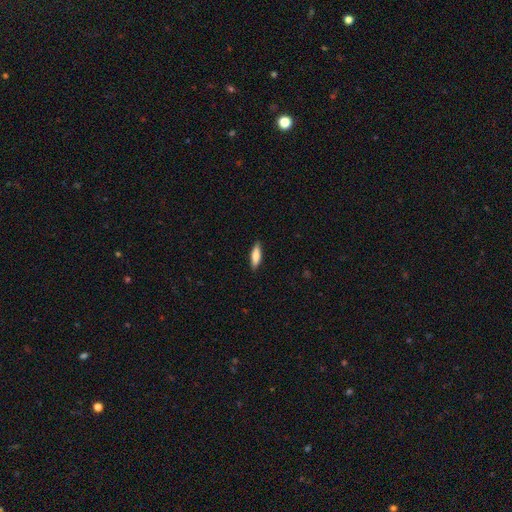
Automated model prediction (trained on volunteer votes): Smooth or featured?
  - smooth: 80% *
  - featured or disk: 15%
  - star or artifact: 6%
How rounded?
  - cigar-shaped: 53% *
  - in between: 45%
  - round: 2%
Merging?
  - none: 86% *
  - minor disturbance: 11%
  - major disturbance: 2%
  - merger: 1%